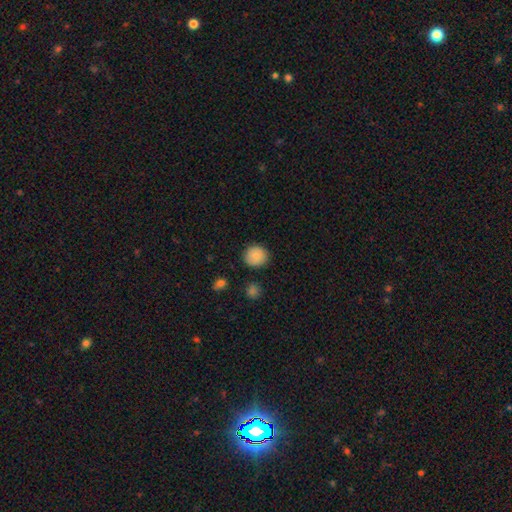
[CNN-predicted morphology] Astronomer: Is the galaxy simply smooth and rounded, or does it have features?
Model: smooth — 86%.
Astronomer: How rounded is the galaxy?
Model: round — 90%.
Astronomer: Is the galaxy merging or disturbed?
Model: none — 87%.